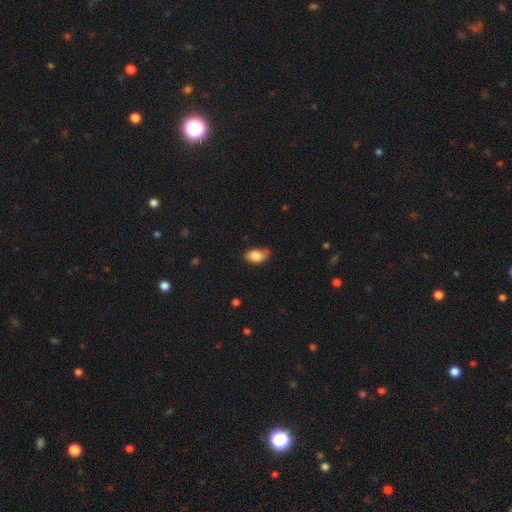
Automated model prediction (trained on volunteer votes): This appears to be a smooth galaxy with no disk features (84%) that is in between round and cigar-shaped (91%). Merging: none (58%).